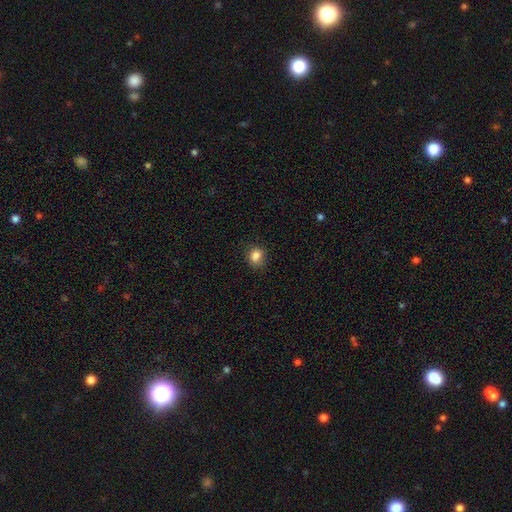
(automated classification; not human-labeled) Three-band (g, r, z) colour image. It shows a smooth galaxy with no disk features (85%) that is round (68%). Merging: none (82%).